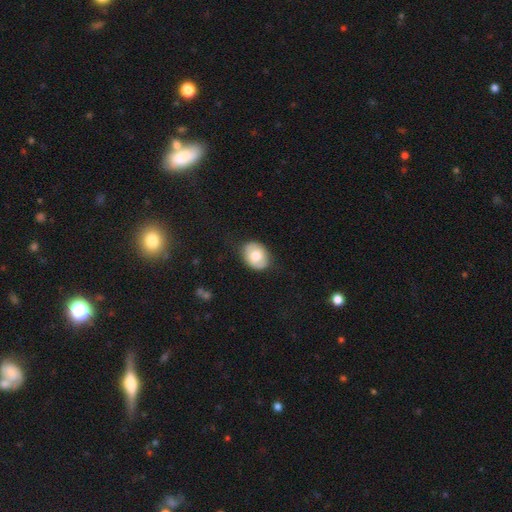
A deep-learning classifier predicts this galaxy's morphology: Smooth or featured? Predicted: smooth (p=0.70). How rounded? Predicted: in between (p=0.64). Merging? Predicted: none (p=0.83).